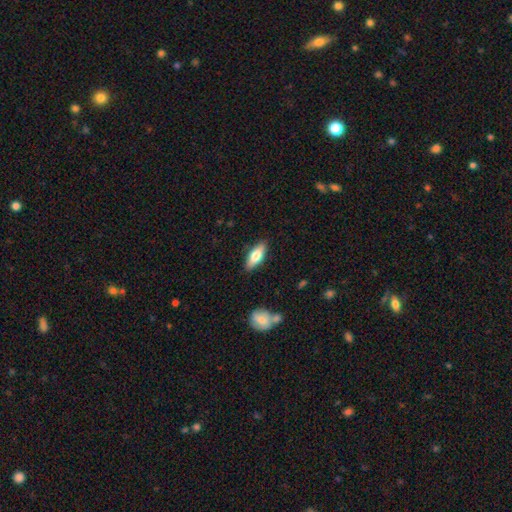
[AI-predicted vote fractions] Morphology: type=smooth (67%); roundness=in between (66%); merging=none (86%).